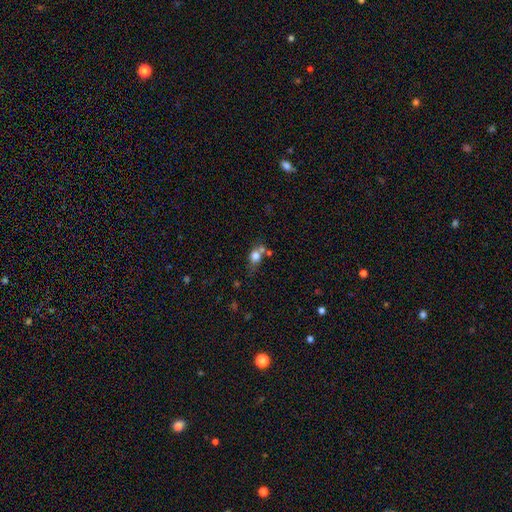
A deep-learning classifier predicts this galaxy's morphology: smooth_or_featured: smooth (p=0.75) [alt: featured or disk p=0.13]
how_rounded: round (p=0.53) [alt: in between p=0.44]
merging: none (p=0.44) [alt: merger p=0.31]